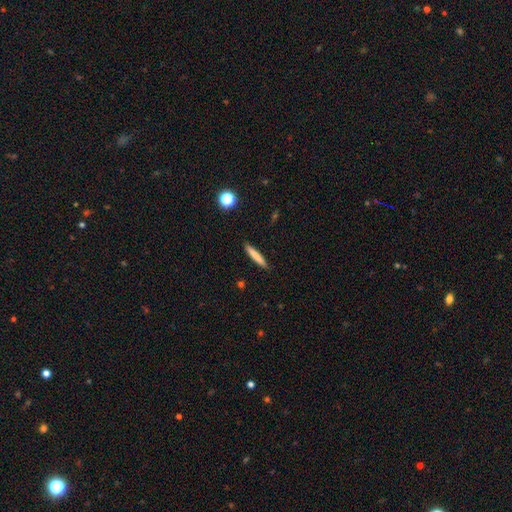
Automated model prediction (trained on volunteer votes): A smooth galaxy with no disk features (78%) that is cigar-shaped (93%).

Vote fractions:
- Smooth or featured? smooth: 78% / featured or disk: 15% / star or artifact: 7%
- How rounded? cigar-shaped: 93% / in between: 5% / round: 1%
- Merging? none: 90% / minor disturbance: 7% / major disturbance: 2% / merger: 1%